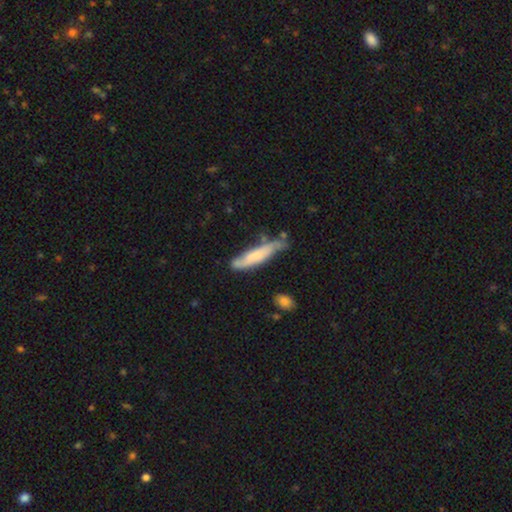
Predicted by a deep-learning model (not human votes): Overall: smooth (56%; featured or disk 38%). How rounded: cigar-shaped (81%). Merging: none (52%; minor disturbance 31%).